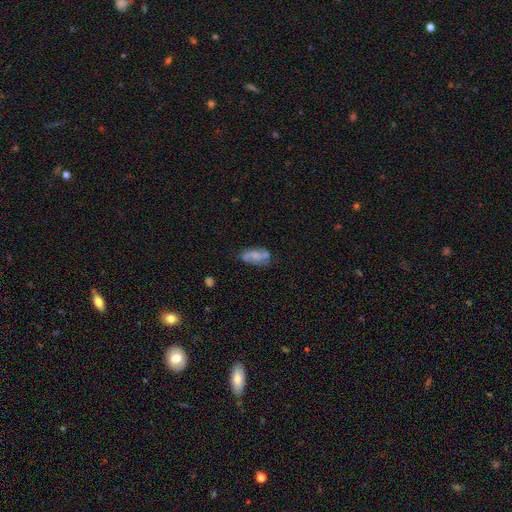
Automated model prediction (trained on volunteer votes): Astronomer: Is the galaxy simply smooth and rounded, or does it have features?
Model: featured or disk — 56% (runner-up: smooth, 35%).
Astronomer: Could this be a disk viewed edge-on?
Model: no — 94%.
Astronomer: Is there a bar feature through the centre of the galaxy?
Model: no — 59%.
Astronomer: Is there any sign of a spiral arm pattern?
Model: yes — 79%.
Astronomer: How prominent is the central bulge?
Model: small — 35% (runner-up: moderate, 33%).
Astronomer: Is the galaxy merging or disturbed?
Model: none — 56%.